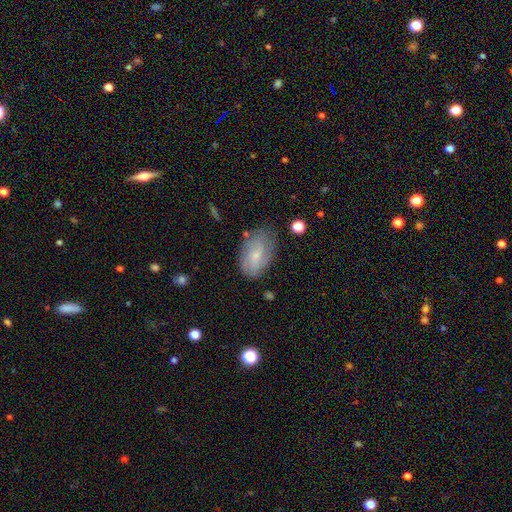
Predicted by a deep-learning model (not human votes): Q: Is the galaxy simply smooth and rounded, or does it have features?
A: smooth — 49%.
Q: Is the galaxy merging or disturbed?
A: none — 71%.